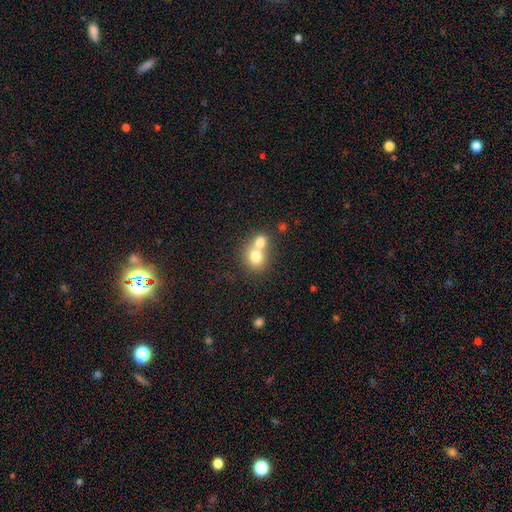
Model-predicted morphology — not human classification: This appears to be a smooth galaxy with no disk features (74%) that is round (67%). Merging: merger (65%).